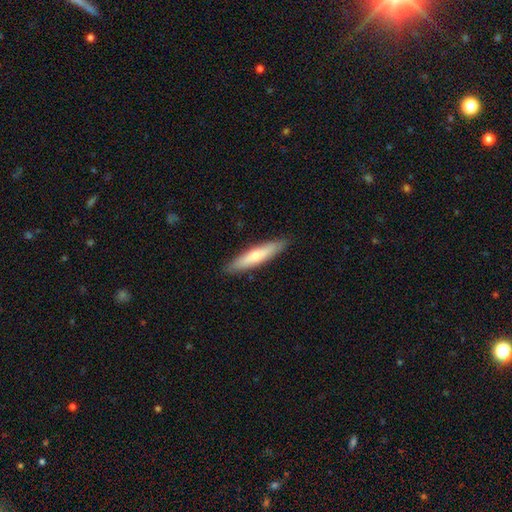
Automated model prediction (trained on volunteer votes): This appears to be a smooth galaxy with no disk features (59%) that is cigar-shaped (83%). Merging: none (89%).